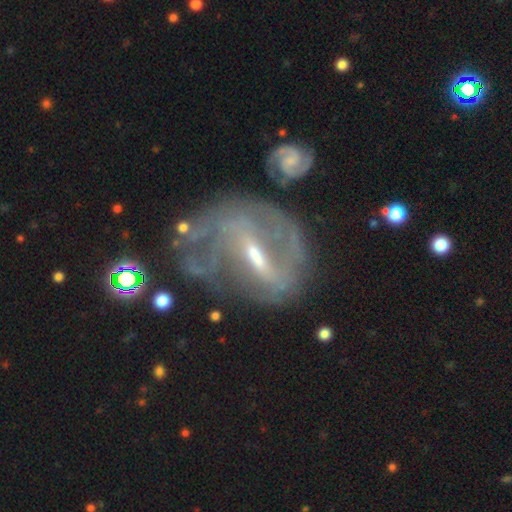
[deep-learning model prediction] Overall: featured or disk (83%). Edge-on disk: no (92%). Bar: strong (52%; weak 35%). Spiral arms: yes (80%). Spiral arm count: 2 (37%; can't tell 33%). Spiral winding: tight (40%; medium 38%). Bulge size: small (43%; moderate 42%). Merging: none (48%; major disturbance 24%).